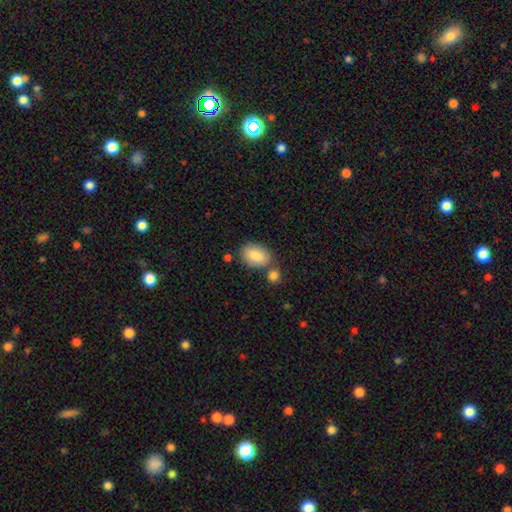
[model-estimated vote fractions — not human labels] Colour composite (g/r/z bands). It shows a smooth galaxy with no disk features (84%) that is in between round and cigar-shaped (85%). Merging: none (65%).